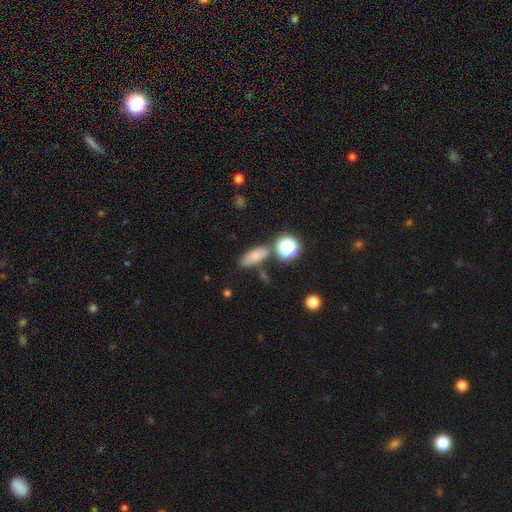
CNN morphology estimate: Q: Smooth or featured?
A: smooth (69%); runner-up: featured or disk (17%)
Q: How rounded?
A: in between (66%); runner-up: cigar-shaped (21%)
Q: Merging?
A: none (69%); runner-up: minor disturbance (15%)